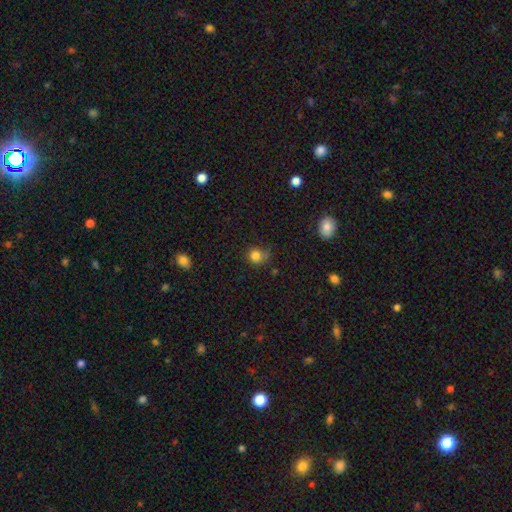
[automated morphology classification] Smooth or featured? smooth (81%)
How rounded? round (83%)
Merging? none (61%)